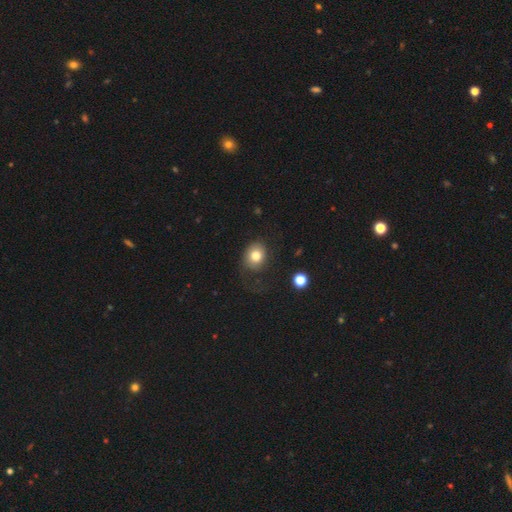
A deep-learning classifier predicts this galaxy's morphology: This is likely a smooth galaxy (78%). How rounded: possibly round (58%). Merging: possibly none (58%).